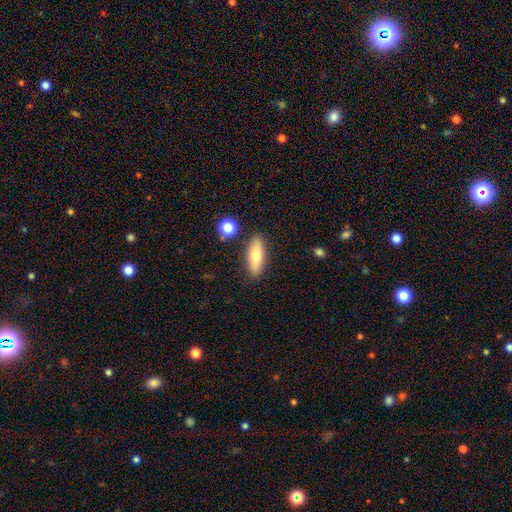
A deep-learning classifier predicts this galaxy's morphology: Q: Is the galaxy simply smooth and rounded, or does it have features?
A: smooth — 69%.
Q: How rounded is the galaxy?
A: in between — 56%.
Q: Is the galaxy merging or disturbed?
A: none — 86%.